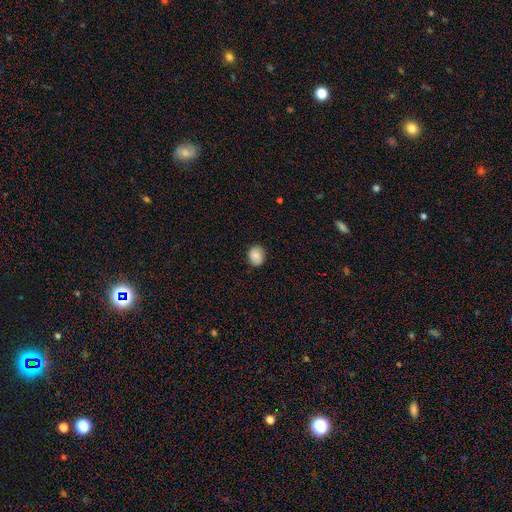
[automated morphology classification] smooth-or-featured: smooth: 84% | featured or disk: 9% | star or artifact: 8%
  how-rounded: round: 63% | in between: 36% | cigar-shaped: 1%
  merging: none: 86% | minor disturbance: 10% | major disturbance: 2% | merger: 1%